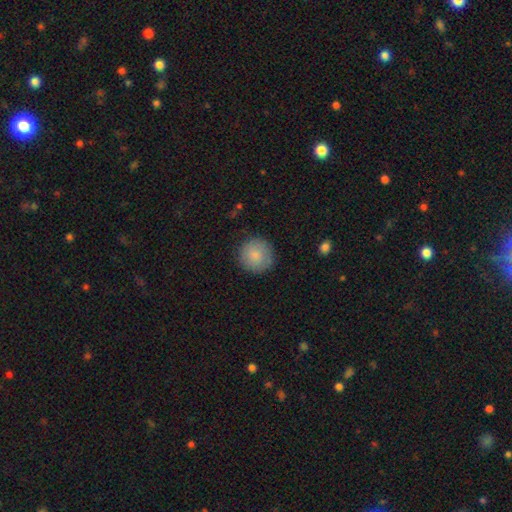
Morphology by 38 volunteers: Smooth or featured? 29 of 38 (76%) said smooth. How rounded? 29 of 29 (100%) said round. Merging? 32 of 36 (89%) said none.